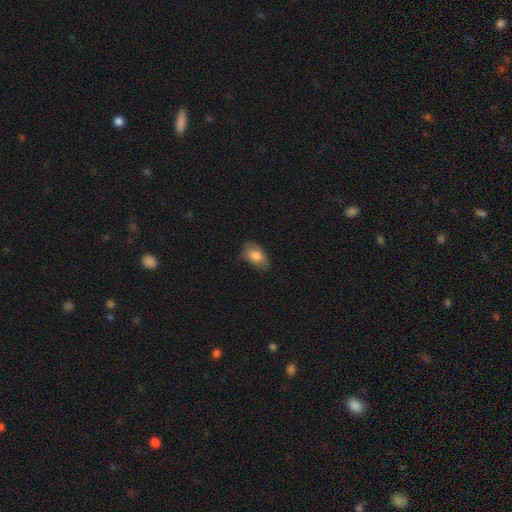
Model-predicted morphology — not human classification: Q: Smooth or featured?
A: smooth (80%); runner-up: featured or disk (13%)
Q: How rounded?
A: in between (89%); runner-up: round (9%)
Q: Merging?
A: none (63%); runner-up: minor disturbance (29%)